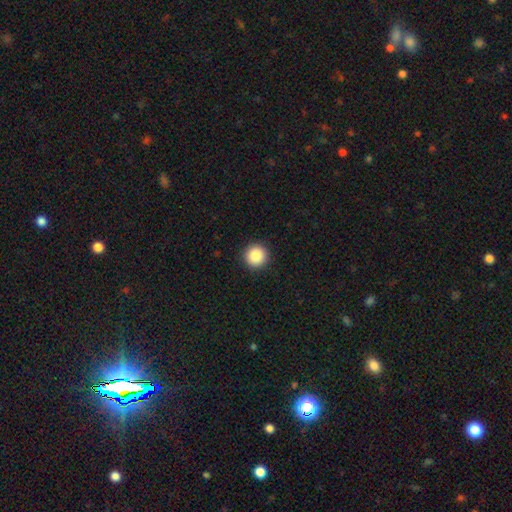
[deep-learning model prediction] The model was most divided on "smooth or featured": smooth: 87%, star or artifact: 9%, featured or disk: 4%. More confident: how rounded — round (96%); merging — none (93%).